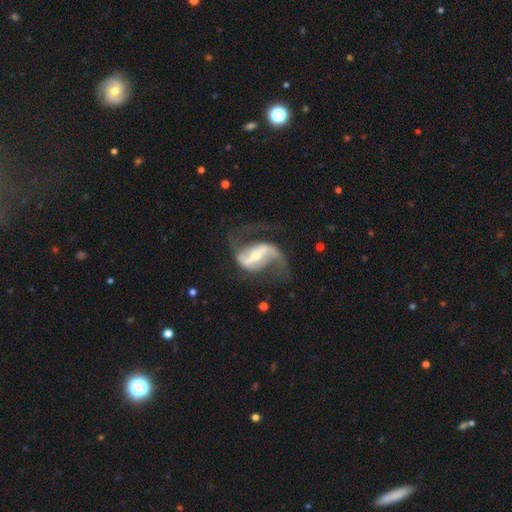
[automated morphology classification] This is clearly a featured or disk galaxy (89%). It is clearly not viewed edge-on (96%). Bar: likely strong (63%). Spiral arm pattern: clearly yes (95%). Spiral arm count: clearly 2 (91%). Spiral winding: likely loose (61%). Central bulge: possibly small (48%). Merging: likely none (62%).